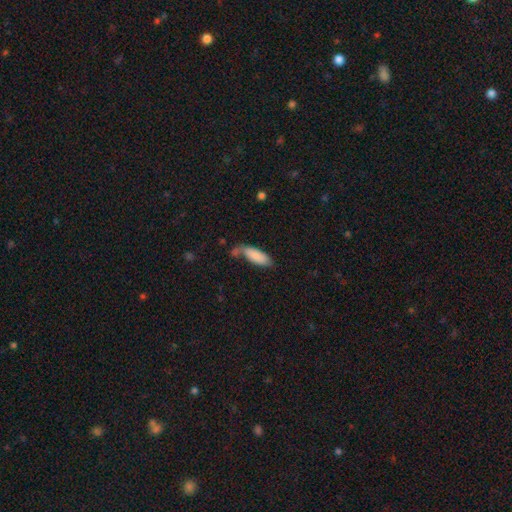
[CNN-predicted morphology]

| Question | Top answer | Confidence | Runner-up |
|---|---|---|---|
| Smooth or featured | smooth | 85% | featured or disk (8%) |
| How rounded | in between | 68% | cigar-shaped (30%) |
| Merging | none | 51% | minor disturbance (25%) |